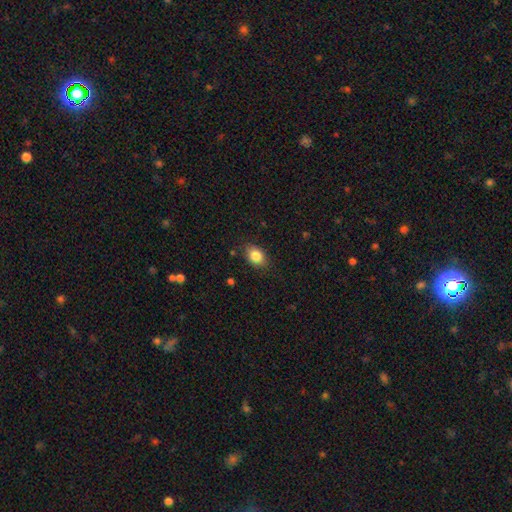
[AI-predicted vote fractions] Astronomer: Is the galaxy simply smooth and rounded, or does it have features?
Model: smooth — 84%.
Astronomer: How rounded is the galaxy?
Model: in between — 76%.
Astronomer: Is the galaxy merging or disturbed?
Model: none — 83%.